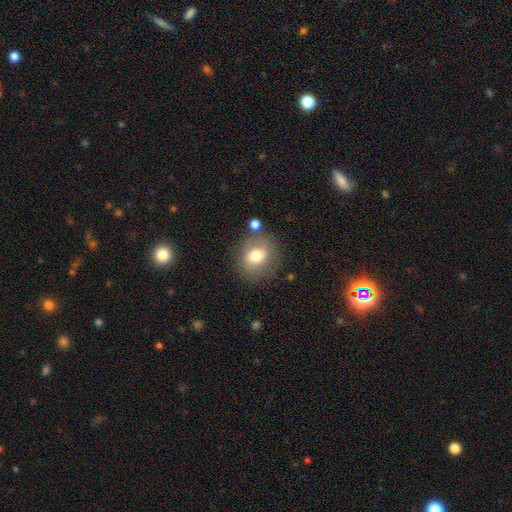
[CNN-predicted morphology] Smooth or featured? Predicted: smooth (p=0.74). How rounded? Predicted: round (p=0.74). Merging? Predicted: none (p=0.78).